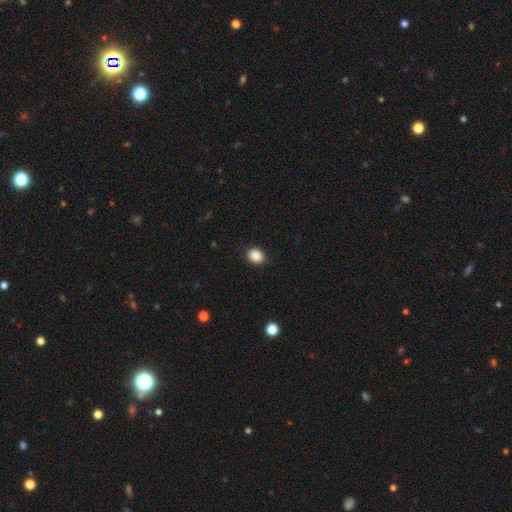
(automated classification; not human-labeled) A smooth galaxy with no disk features (88%) that is round (57%).

Vote fractions:
- Smooth or featured? smooth: 88% / star or artifact: 9% / featured or disk: 3%
- How rounded? round: 57% / in between: 43% / cigar-shaped: 1%
- Merging? none: 91% / minor disturbance: 6% / major disturbance: 2% / merger: 1%